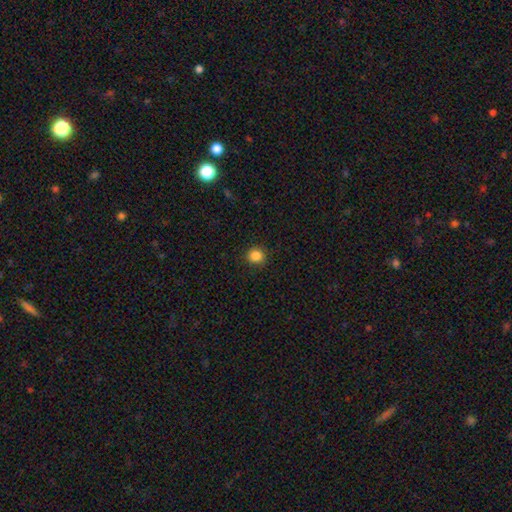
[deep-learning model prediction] Smooth or featured? smooth (85%)
How rounded? round (89%)
Merging? none (90%)